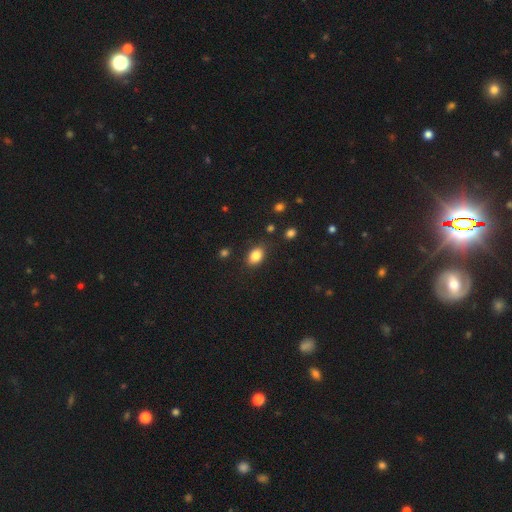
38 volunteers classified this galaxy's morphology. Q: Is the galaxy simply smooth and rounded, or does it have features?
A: smooth — 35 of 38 (92%).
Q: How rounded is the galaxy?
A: in between — 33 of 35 (94%).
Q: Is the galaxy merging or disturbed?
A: none — 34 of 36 (94%).